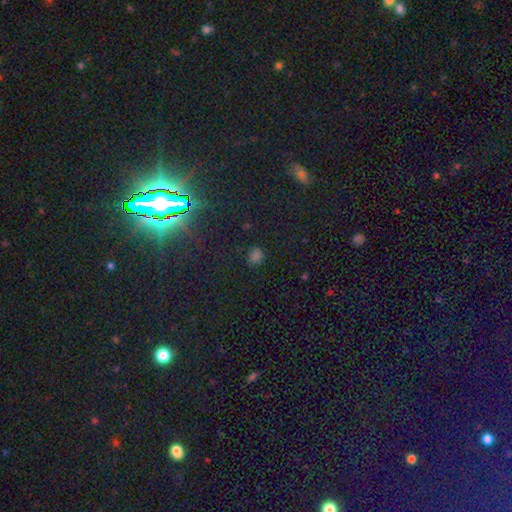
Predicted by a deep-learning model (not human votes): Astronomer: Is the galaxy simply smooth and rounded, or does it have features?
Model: smooth — 60% (runner-up: star or artifact, 35%).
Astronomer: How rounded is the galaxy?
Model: round — 67%.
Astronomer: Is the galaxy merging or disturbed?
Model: none — 84%.